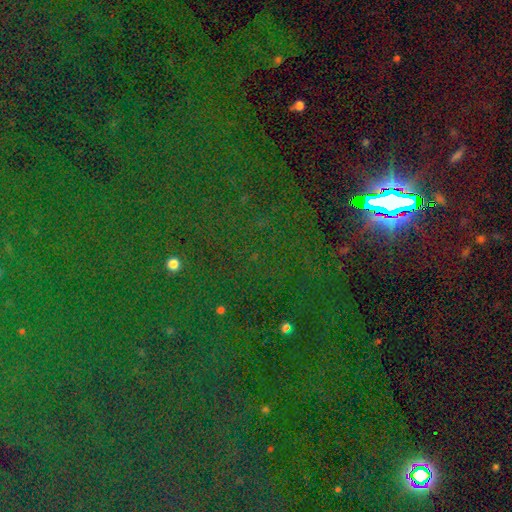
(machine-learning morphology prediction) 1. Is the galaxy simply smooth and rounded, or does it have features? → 84% star or artifact, 9% smooth, 7% featured or disk.